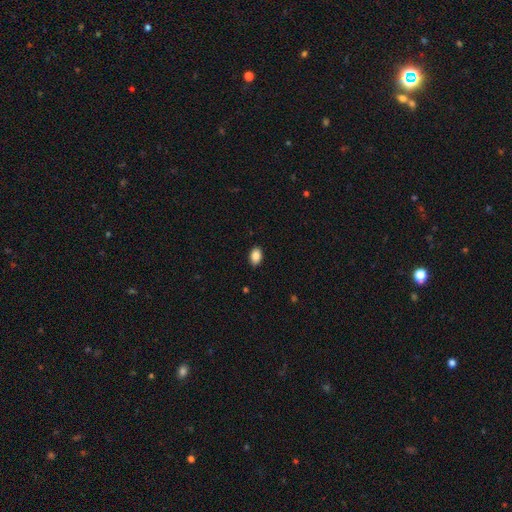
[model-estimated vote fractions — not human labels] This is clearly a smooth galaxy (88%). How rounded: clearly in between (86%). Merging: clearly none (89%).